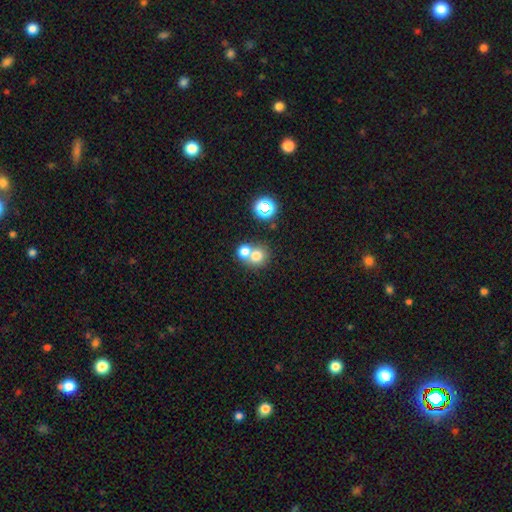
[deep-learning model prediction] Smooth or featured?
  - smooth: 73% *
  - star or artifact: 15%
  - featured or disk: 13%
How rounded?
  - round: 81% *
  - in between: 18%
  - cigar-shaped: 1%
Merging?
  - merger: 52% *
  - none: 39%
  - minor disturbance: 6%
  - major disturbance: 3%